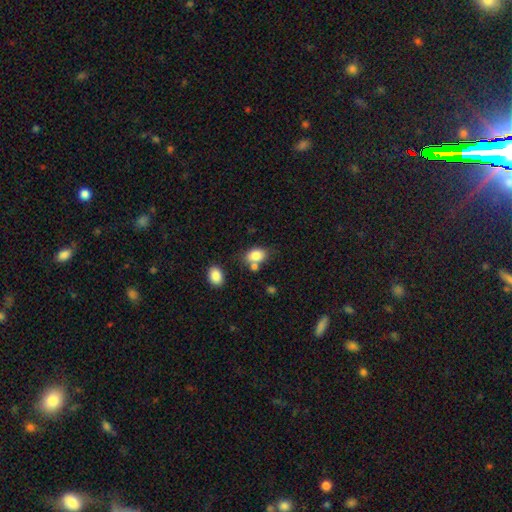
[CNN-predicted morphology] Smooth or featured? smooth (83%)
How rounded? in between (76%)
Merging? none (57%)